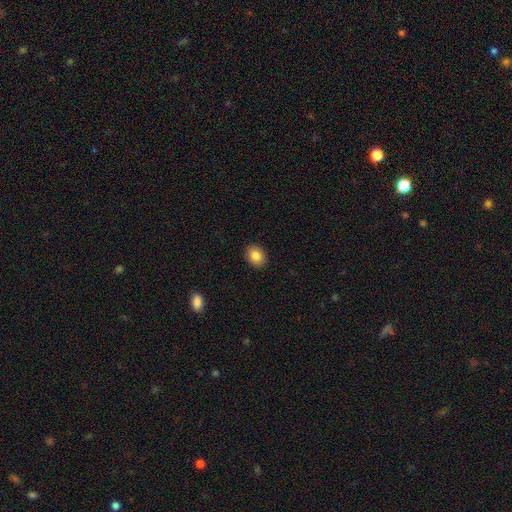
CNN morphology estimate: type=smooth (84%); roundness=in between (51%); merging=none (91%).